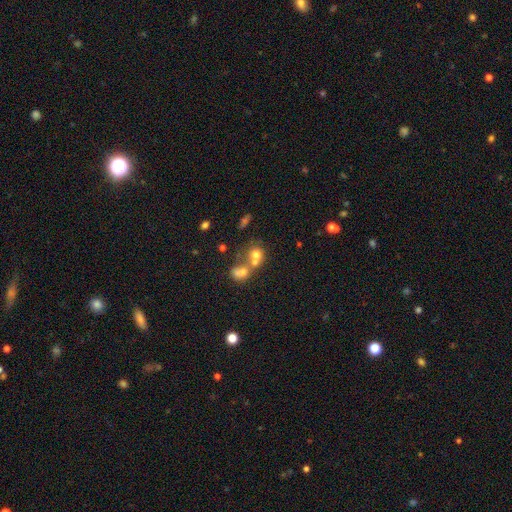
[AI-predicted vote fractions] Smooth or featured? Predicted: smooth (p=0.63). How rounded? Predicted: round (p=0.68). Merging? Predicted: merger (p=0.60).